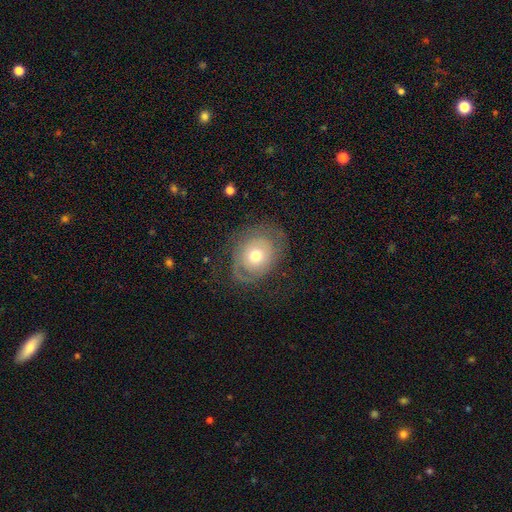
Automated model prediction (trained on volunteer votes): This appears to be a featured or disk galaxy (51%). Merging: none (66%).